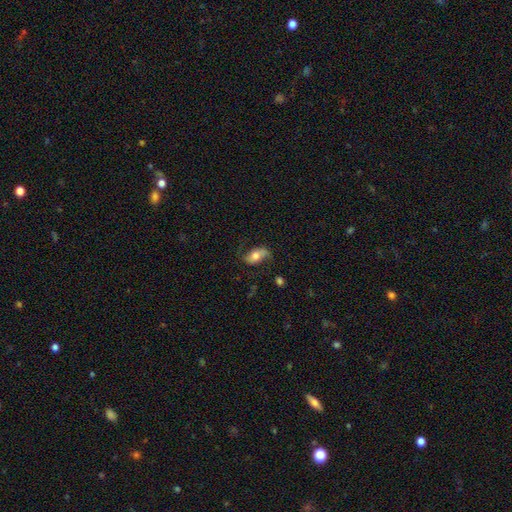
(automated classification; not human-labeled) This appears to be a smooth galaxy with no disk features (49%). Merging: none (65%).